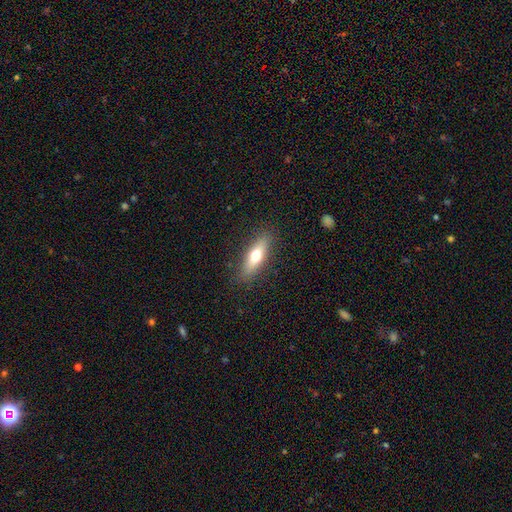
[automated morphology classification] The model was most divided on "how rounded": cigar-shaped: 54%, in between: 43%, round: 3%. More confident: merging — none (86%); smooth or featured — smooth (61%).